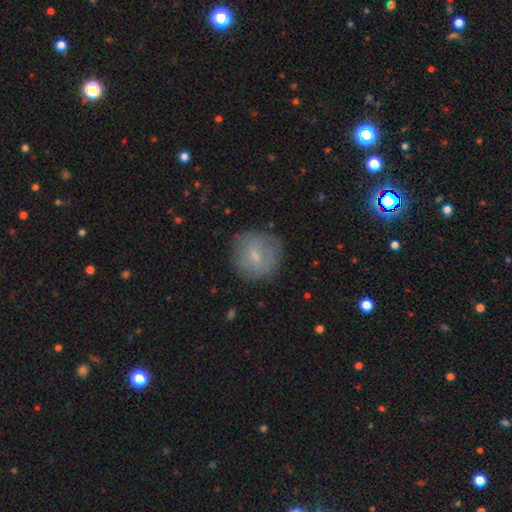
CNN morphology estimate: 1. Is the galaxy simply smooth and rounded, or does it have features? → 65% smooth, 27% featured or disk, 8% star or artifact.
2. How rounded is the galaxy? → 91% round, 8% in between, 1% cigar-shaped.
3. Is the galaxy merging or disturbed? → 79% none, 15% minor disturbance, 5% major disturbance, 1% merger.